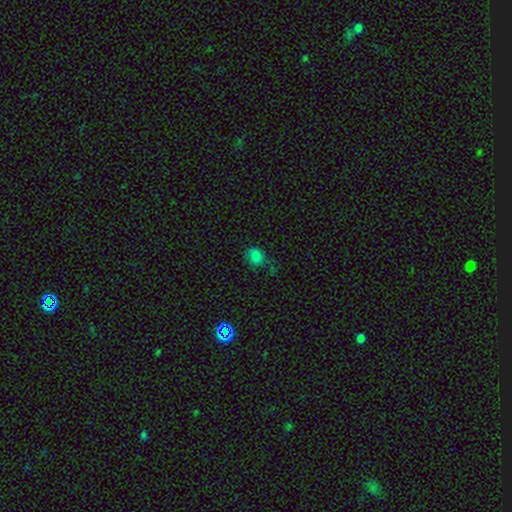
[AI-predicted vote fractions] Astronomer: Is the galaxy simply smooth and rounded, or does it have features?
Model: smooth — 77%.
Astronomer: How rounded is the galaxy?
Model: round — 55% (runner-up: in between, 44%).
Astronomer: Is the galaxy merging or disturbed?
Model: none — 56%.